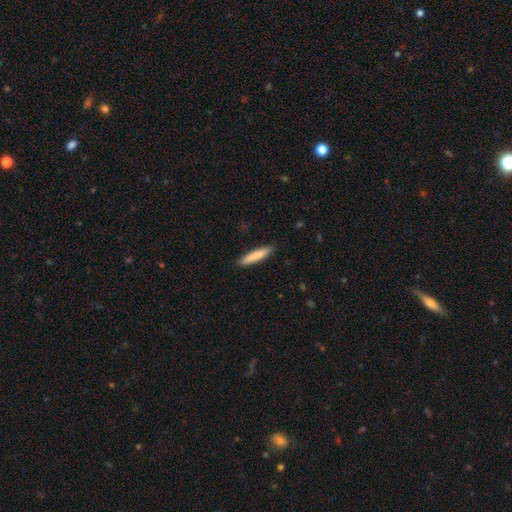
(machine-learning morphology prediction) smooth 82%, featured or disk 13%, star or artifact 5%. Down the decision tree: how rounded — cigar-shaped (89%); merging — none (90%).